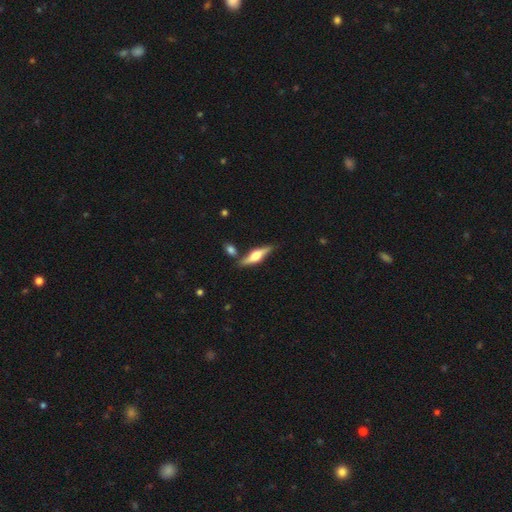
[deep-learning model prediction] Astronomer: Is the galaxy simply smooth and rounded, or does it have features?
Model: featured or disk — 67%.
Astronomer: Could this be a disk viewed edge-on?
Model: yes — 96%.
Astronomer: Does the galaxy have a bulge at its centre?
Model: rounded — 93%.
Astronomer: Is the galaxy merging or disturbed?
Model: none — 76%.